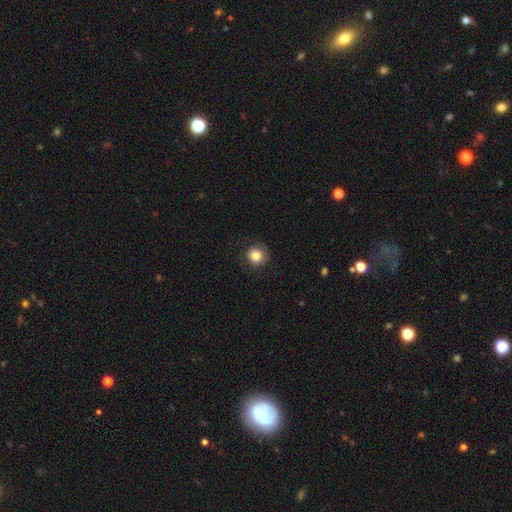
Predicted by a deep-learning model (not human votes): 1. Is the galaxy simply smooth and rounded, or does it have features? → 85% smooth, 10% star or artifact, 6% featured or disk.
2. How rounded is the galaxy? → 92% round, 7% in between, 1% cigar-shaped.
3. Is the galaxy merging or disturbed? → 86% none, 9% minor disturbance, 3% major disturbance, 1% merger.